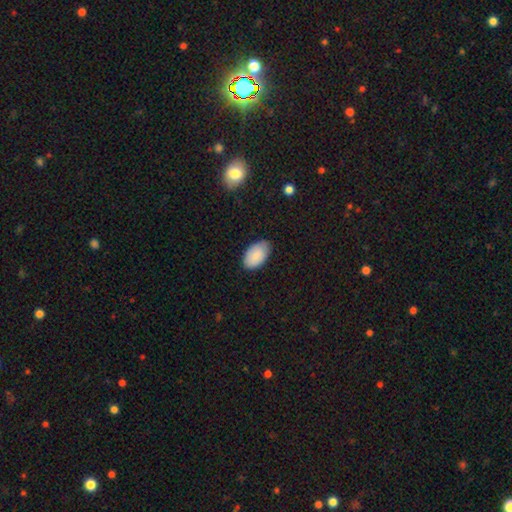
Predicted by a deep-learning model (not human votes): Morphology: type=smooth (88%); roundness=in between (95%); merging=none (79%).